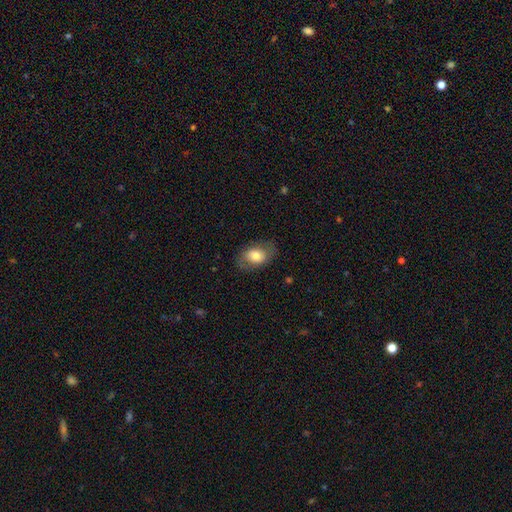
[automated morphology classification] This appears to be a smooth galaxy with no disk features (67%) that is in between round and cigar-shaped (80%). Merging: none (77%).